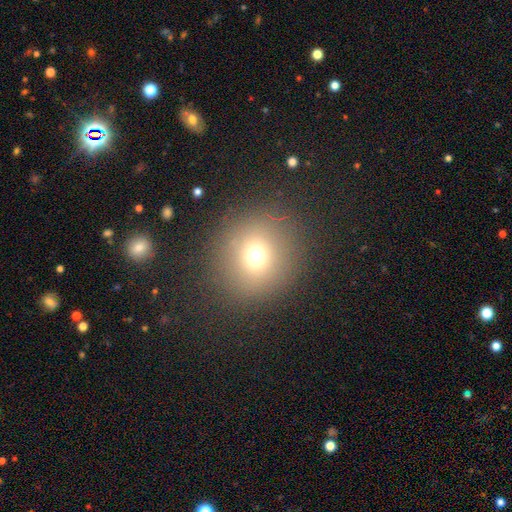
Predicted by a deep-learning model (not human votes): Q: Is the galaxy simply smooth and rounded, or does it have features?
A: smooth — 70%.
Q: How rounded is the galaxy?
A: round — 90%.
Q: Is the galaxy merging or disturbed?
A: none — 87%.